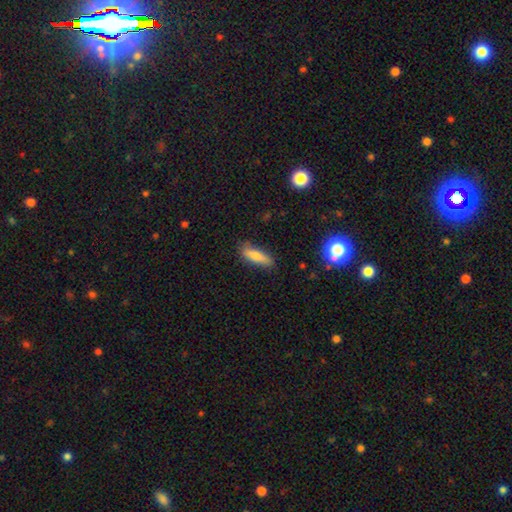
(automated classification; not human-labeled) smooth 74%, featured or disk 17%, star or artifact 9%. Down the decision tree: how rounded — cigar-shaped (59%); merging — none (80%).